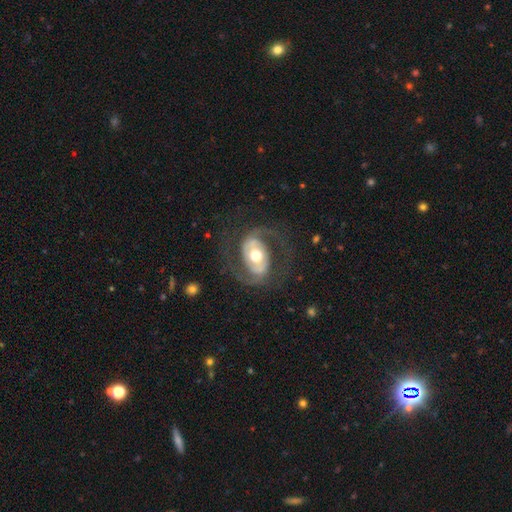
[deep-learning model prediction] This is clearly a featured or disk galaxy (83%). It is clearly not viewed edge-on (97%). Bar: marginally no (41%). Spiral arm pattern: clearly yes (87%). Spiral arm count: clearly 2 (90%). Spiral winding: possibly medium (51%). Central bulge: likely moderate (70%). Merging: likely none (71%).